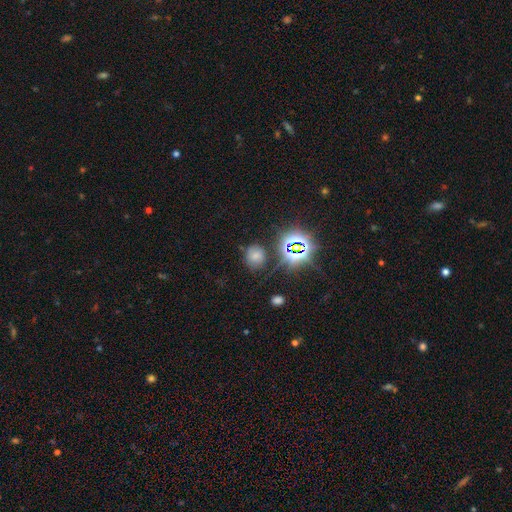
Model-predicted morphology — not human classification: Smooth or featured?
  - smooth: 59% *
  - star or artifact: 31%
  - featured or disk: 10%
How rounded?
  - round: 72% *
  - in between: 27%
  - cigar-shaped: 1%
Merging?
  - none: 73% *
  - minor disturbance: 16%
  - major disturbance: 6%
  - merger: 4%